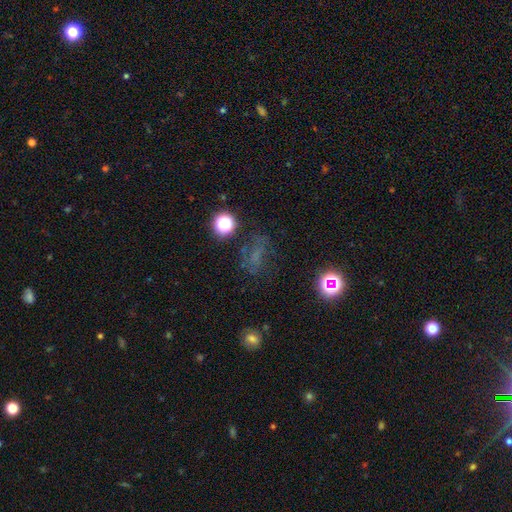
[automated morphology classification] Q: Smooth or featured?
A: smooth (38%); runner-up: star or artifact (36%)
Q: Merging?
A: none (60%); runner-up: minor disturbance (19%)